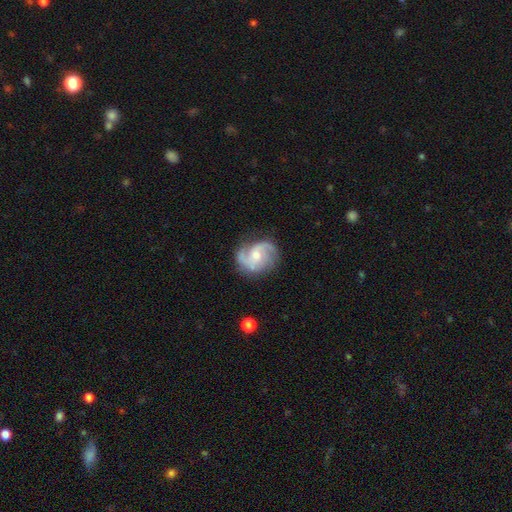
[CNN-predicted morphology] Smooth or featured?
  - featured or disk: 83% *
  - smooth: 11%
  - star or artifact: 5%
Edge-on disk?
  - no: 98% *
  - yes: 2%
Bar?
  - no: 51% *
  - weak: 42%
  - strong: 7%
Spiral arms?
  - yes: 96% *
  - no: 4%
Spiral winding?
  - medium: 52% *
  - loose: 24%
  - tight: 24%
Spiral arm count?
  - 2: 69% *
  - 3: 15%
  - can't tell: 8%
  - 1: 3%
  - 4: 2%
  - more than 4: 2%
Bulge size?
  - moderate: 55% *
  - small: 37%
  - large: 4%
  - none: 3%
  - dominant: 1%
Merging?
  - none: 70% *
  - minor disturbance: 19%
  - major disturbance: 8%
  - merger: 2%